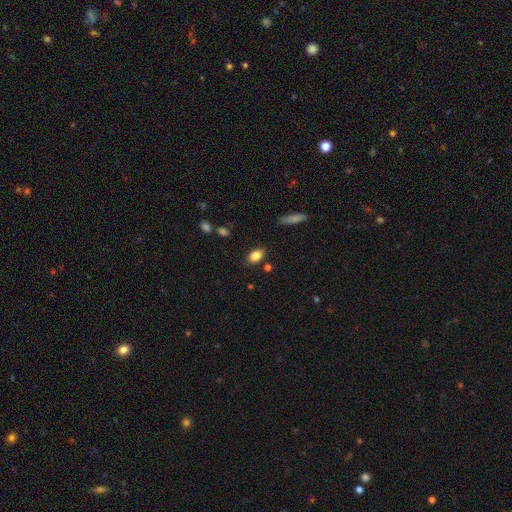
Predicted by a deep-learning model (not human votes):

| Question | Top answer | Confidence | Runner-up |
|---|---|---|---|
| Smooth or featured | smooth | 84% | star or artifact (9%) |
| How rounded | in between | 85% | round (13%) |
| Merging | none | 83% | minor disturbance (11%) |